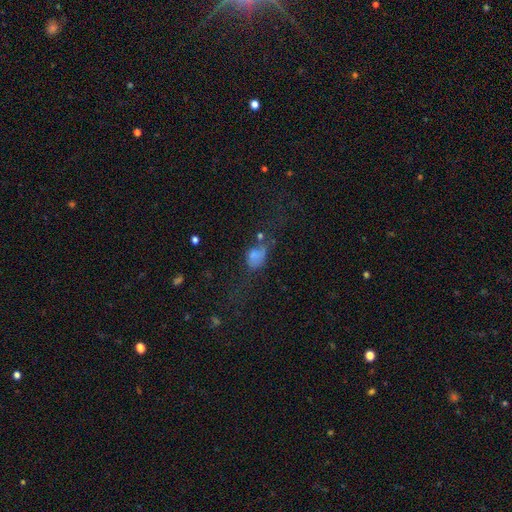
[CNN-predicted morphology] The model was most divided on "merging": major disturbance: 32%, none: 27%, minor disturbance: 24%, merger: 17%. More confident: how rounded — in between (76%); smooth or featured — smooth (66%).